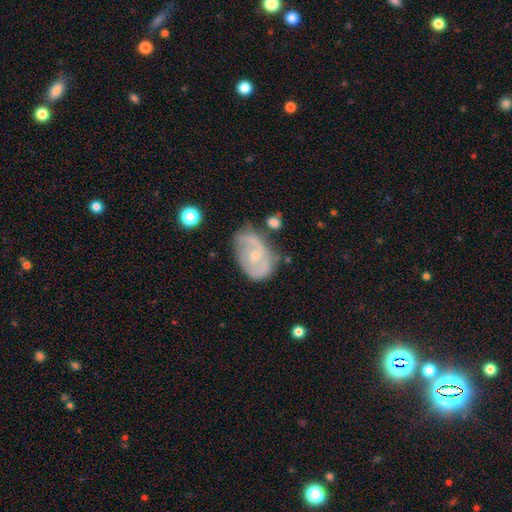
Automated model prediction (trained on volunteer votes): Smooth or featured? Predicted: featured or disk (p=0.66). Edge-on disk? Predicted: no (p=0.96). Bar? Predicted: no (p=0.68). Spiral arms? Predicted: yes (p=0.73). Bulge size? Predicted: small (p=0.64). Merging? Predicted: none (p=0.53).